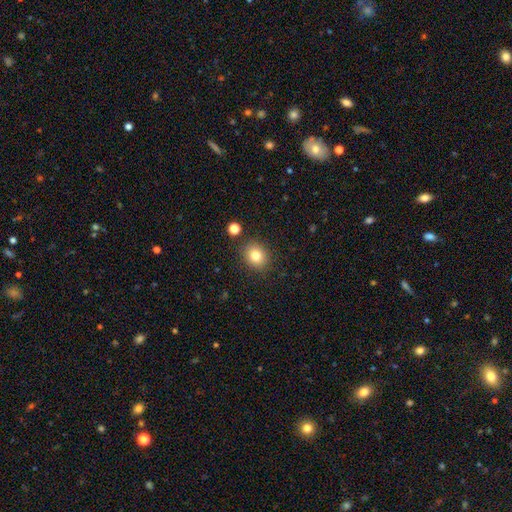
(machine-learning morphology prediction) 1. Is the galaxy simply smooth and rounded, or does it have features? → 81% smooth, 12% star or artifact, 8% featured or disk.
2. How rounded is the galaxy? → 72% round, 27% in between, 1% cigar-shaped.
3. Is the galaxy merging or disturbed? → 86% none, 8% minor disturbance, 3% merger, 3% major disturbance.